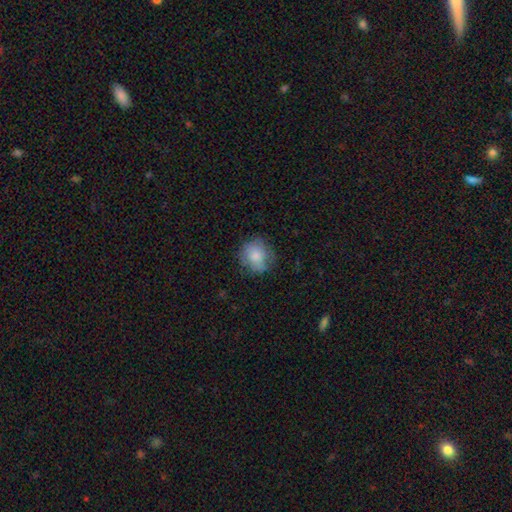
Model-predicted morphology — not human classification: This appears to be a smooth galaxy with no disk features (78%) that is round (78%). Merging: none (70%).